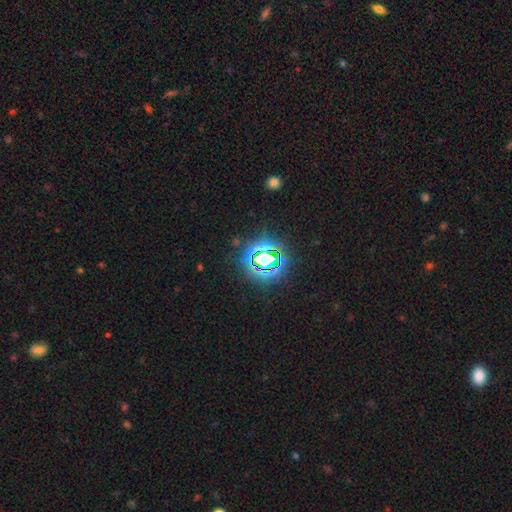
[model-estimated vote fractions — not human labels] This is likely a star or artifact rather than a galaxy (79%).